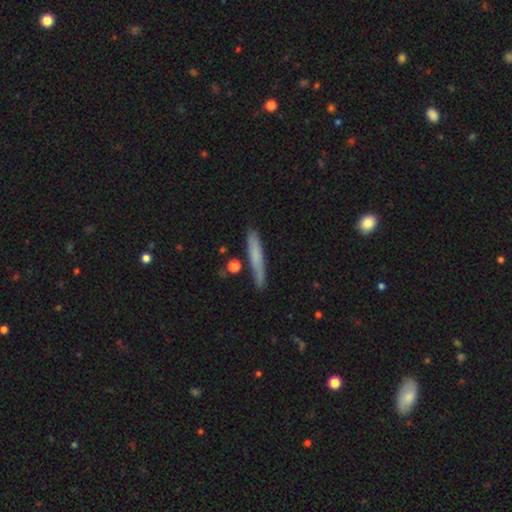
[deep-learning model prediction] A smooth galaxy with no disk features (67%) that is cigar-shaped (94%).

Vote fractions:
- Smooth or featured? smooth: 67% / featured or disk: 26% / star or artifact: 7%
- How rounded? cigar-shaped: 94% / in between: 5% / round: 1%
- Merging? none: 80% / minor disturbance: 14% / merger: 3% / major disturbance: 3%